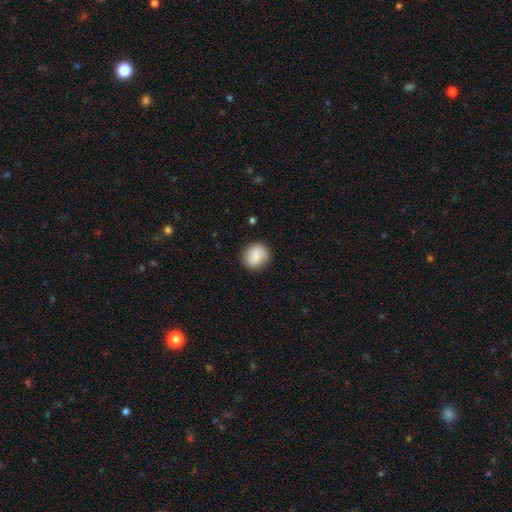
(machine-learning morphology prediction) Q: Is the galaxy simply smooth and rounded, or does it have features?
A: smooth — 83%.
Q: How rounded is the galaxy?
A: round — 84%.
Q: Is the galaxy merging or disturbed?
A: none — 86%.